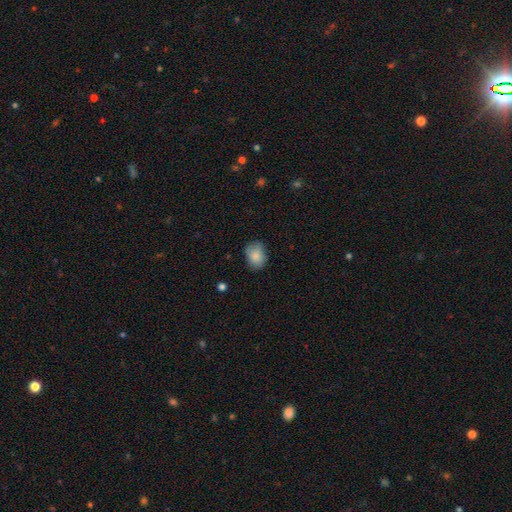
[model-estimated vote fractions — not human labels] Smooth or featured? smooth (85%)
How rounded? in between (63%)
Merging? none (74%)